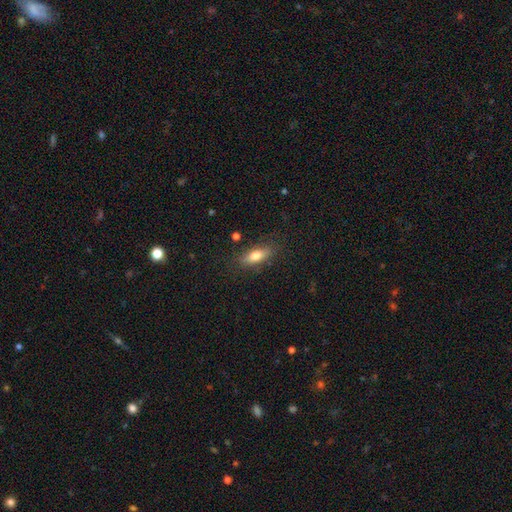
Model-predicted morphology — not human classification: smooth 74%, featured or disk 19%, star or artifact 7%. Down the decision tree: how rounded — in between (71%); merging — none (81%).